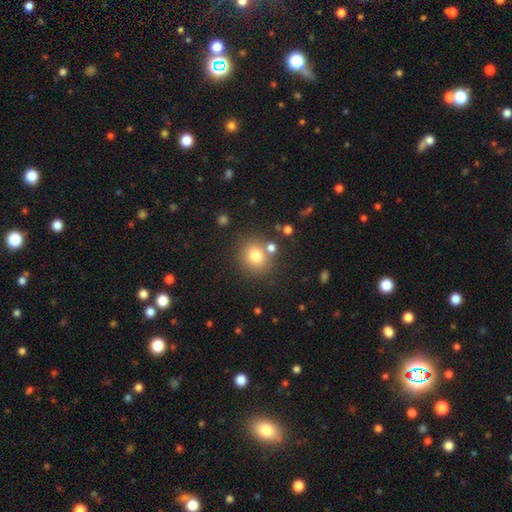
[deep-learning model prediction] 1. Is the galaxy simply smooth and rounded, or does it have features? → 78% smooth, 13% star or artifact, 10% featured or disk.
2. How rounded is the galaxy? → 82% round, 17% in between, 1% cigar-shaped.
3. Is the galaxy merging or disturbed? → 75% none, 12% merger, 10% minor disturbance, 4% major disturbance.